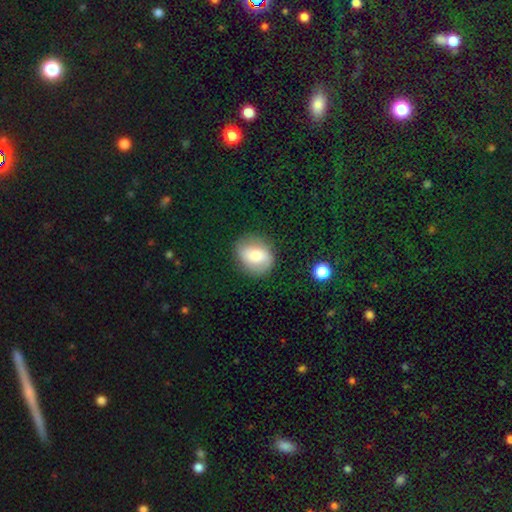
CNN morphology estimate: A smooth galaxy with no disk features (61%) that is round (53%). Merging: none (78%).